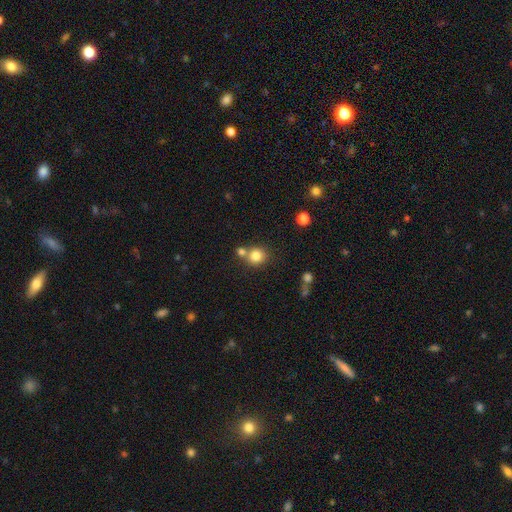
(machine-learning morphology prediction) This is clearly a smooth galaxy (82%). How rounded: clearly round (86%). Merging: likely none (61%).